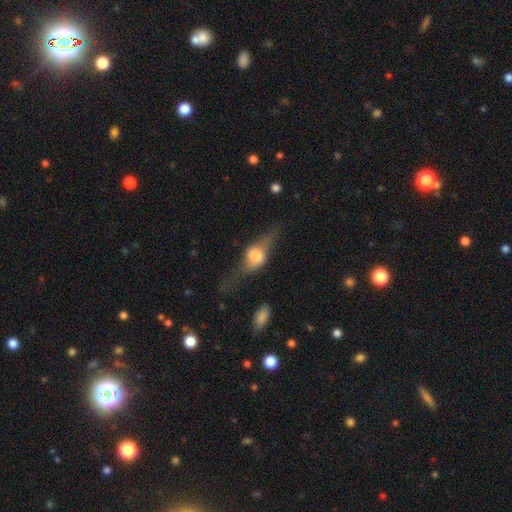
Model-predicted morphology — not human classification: This is possibly a featured or disk galaxy (59%). It is clearly viewed edge-on (81%). Merging: possibly none (49%).